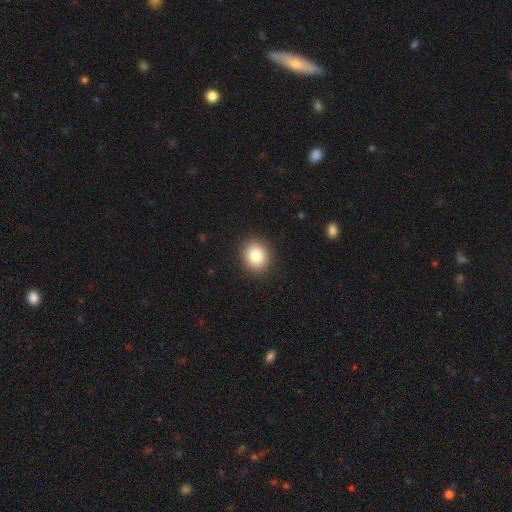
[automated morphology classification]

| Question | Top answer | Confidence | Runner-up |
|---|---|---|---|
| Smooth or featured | smooth | 85% | star or artifact (9%) |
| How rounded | round | 75% | in between (24%) |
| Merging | none | 91% | minor disturbance (6%) |